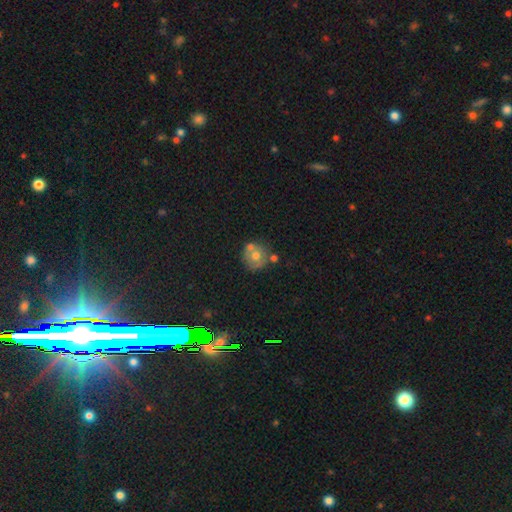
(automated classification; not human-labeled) Q: Smooth or featured?
A: smooth (59%); runner-up: featured or disk (30%)
Q: How rounded?
A: round (88%); runner-up: in between (11%)
Q: Merging?
A: none (55%); runner-up: merger (25%)